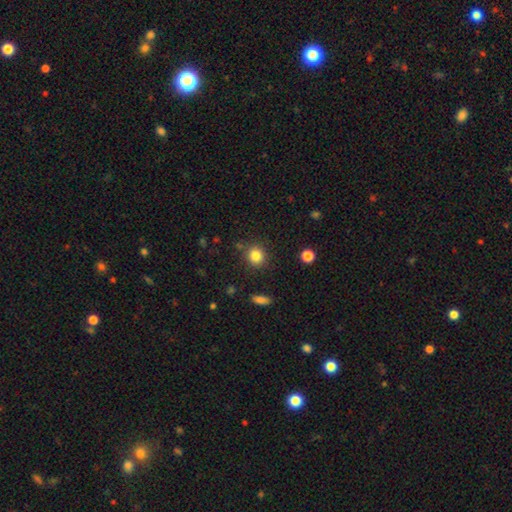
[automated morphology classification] Smooth or featured: smooth — 83% (star or artifact — 11%)
How rounded: round — 88% (in between — 11%)
Merging: none — 86% (minor disturbance — 8%)